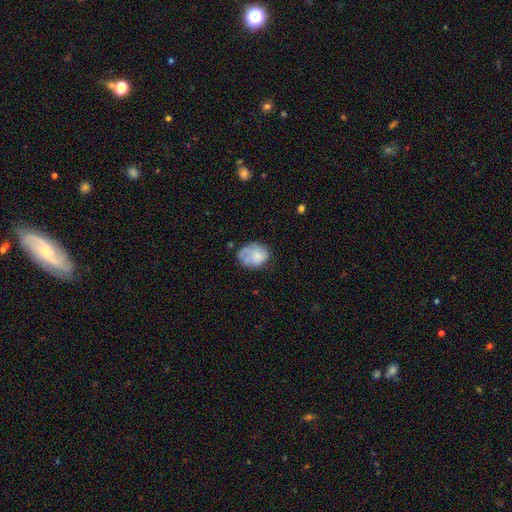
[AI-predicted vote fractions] Smooth or featured? smooth (64%)
How rounded? in between (58%)
Merging? none (52%)